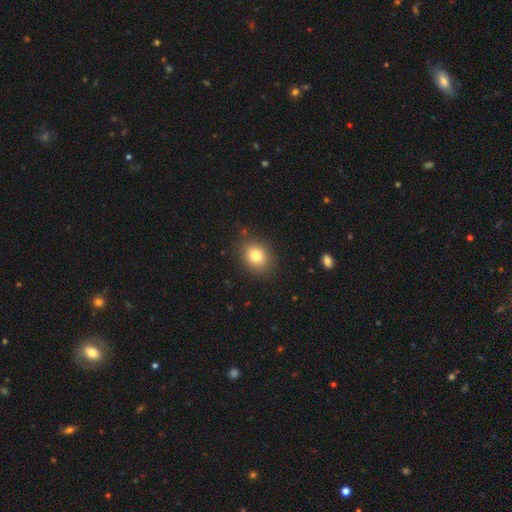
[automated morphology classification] Smooth or featured: smooth — 80% (star or artifact — 10%)
How rounded: round — 52% (in between — 47%)
Merging: none — 85% (minor disturbance — 10%)